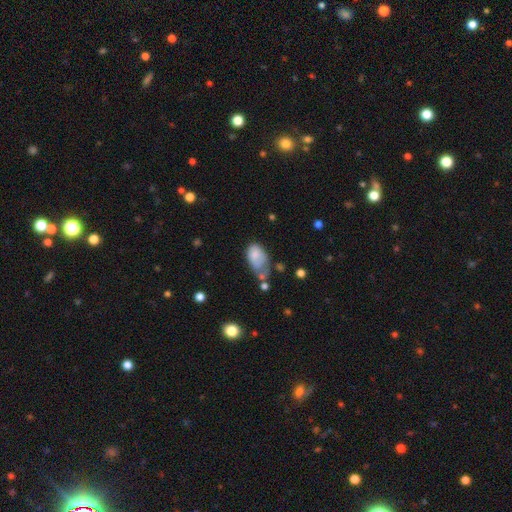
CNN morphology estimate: The model was most divided on "merging": minor disturbance: 33%, major disturbance: 31%, none: 22%, merger: 14%. More confident: how rounded — in between (90%); smooth or featured — smooth (74%).